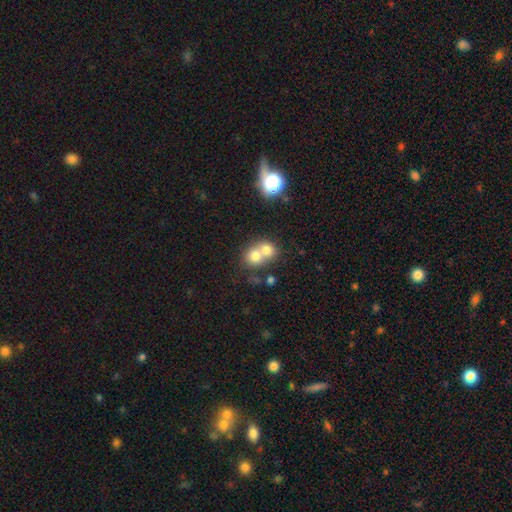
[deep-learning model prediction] Smooth or featured?
  - smooth: 73% *
  - featured or disk: 16%
  - star or artifact: 12%
How rounded?
  - round: 73% *
  - in between: 26%
  - cigar-shaped: 1%
Merging?
  - merger: 67% *
  - none: 26%
  - minor disturbance: 5%
  - major disturbance: 3%